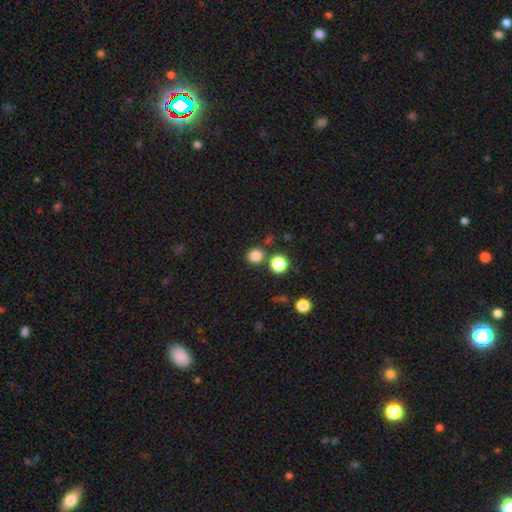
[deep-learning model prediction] A smooth galaxy with no disk features (82%) that is round (88%).

Vote fractions:
- Smooth or featured? smooth: 82% / star or artifact: 14% / featured or disk: 4%
- How rounded? round: 88% / in between: 11% / cigar-shaped: 1%
- Merging? none: 79% / merger: 11% / minor disturbance: 7% / major disturbance: 3%